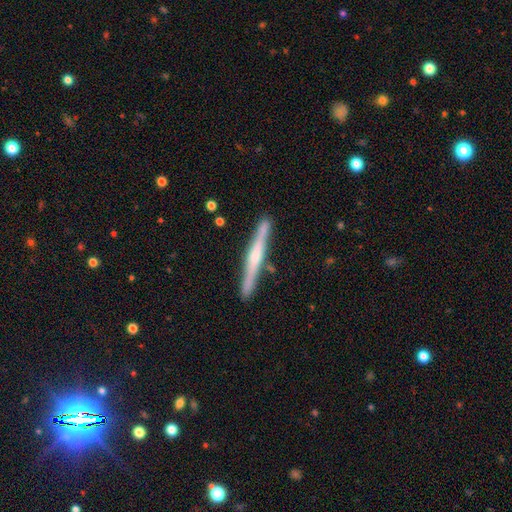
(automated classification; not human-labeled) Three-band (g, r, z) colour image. It shows a featured or disk galaxy (65%) viewed edge-on (95%) with a rounded central bulge (70%). Merging: none (84%).